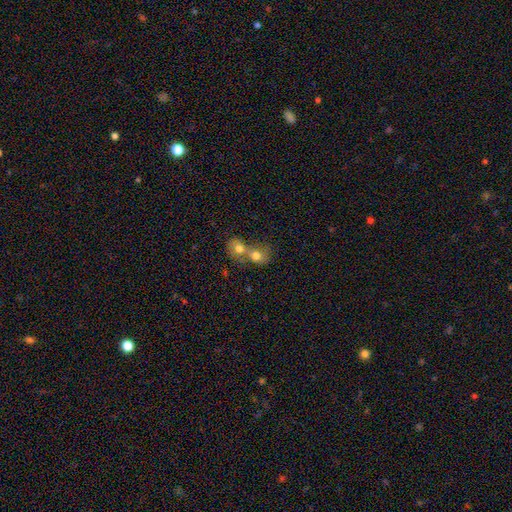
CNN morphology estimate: The model was most divided on "how rounded": round: 62%, in between: 37%, cigar-shaped: 1%. More confident: merging — merger (78%); smooth or featured — smooth (72%).